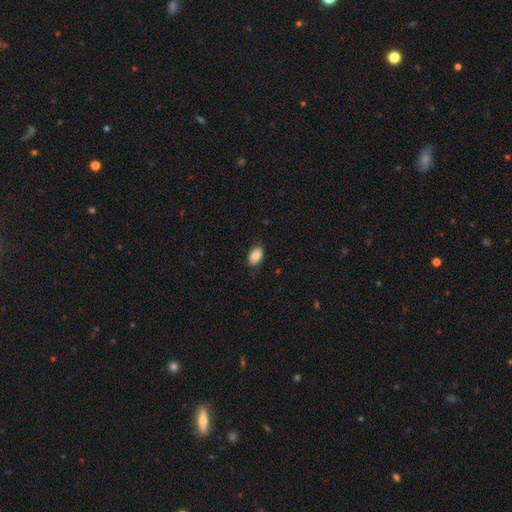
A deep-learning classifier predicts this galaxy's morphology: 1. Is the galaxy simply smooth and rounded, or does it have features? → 85% smooth, 8% featured or disk, 7% star or artifact.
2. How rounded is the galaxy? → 92% in between, 7% round, 1% cigar-shaped.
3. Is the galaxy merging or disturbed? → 84% none, 13% minor disturbance, 2% major disturbance, 1% merger.